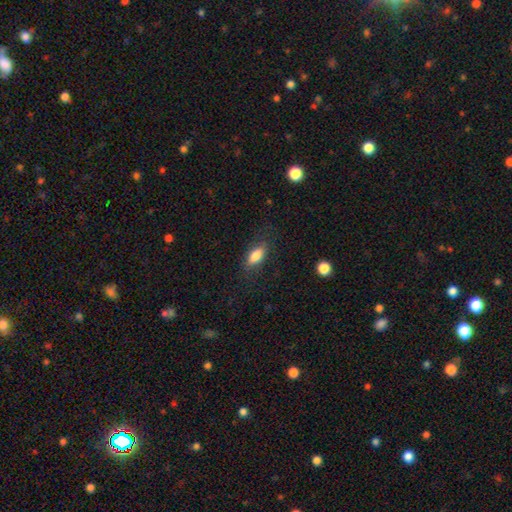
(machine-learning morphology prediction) Smooth or featured? Predicted: smooth (p=0.79). How rounded? Predicted: in between (p=0.77). Merging? Predicted: none (p=0.78).